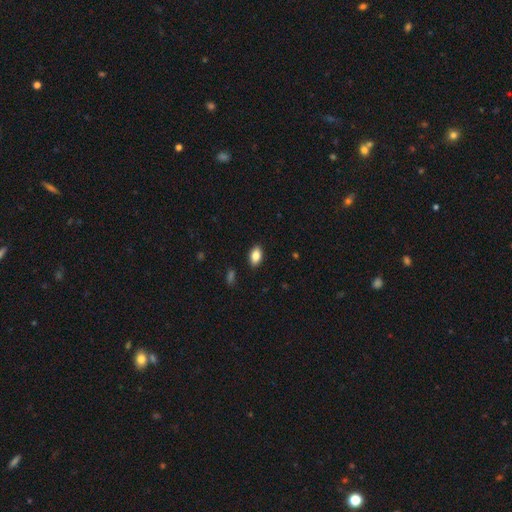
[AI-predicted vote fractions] Overall: smooth (86%). How rounded: in between (91%). Merging: none (89%).